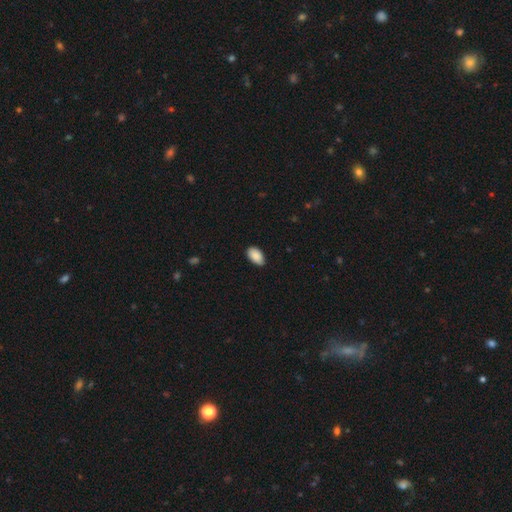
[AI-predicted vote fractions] A smooth galaxy with no disk features (90%) that is in between round and cigar-shaped (95%). Merging: none (84%).